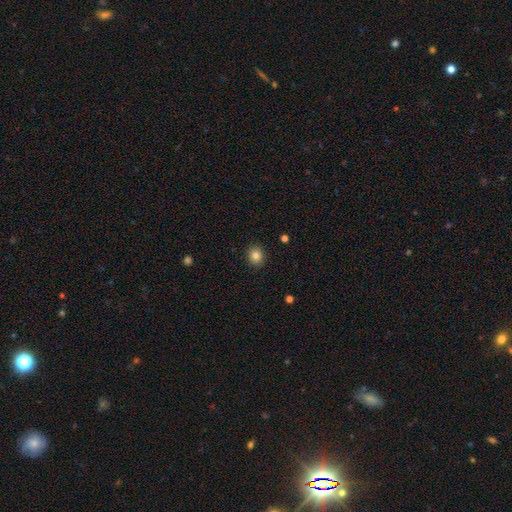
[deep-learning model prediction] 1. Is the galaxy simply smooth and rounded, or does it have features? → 82% smooth, 11% star or artifact, 7% featured or disk.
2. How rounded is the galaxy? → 69% round, 30% in between, 1% cigar-shaped.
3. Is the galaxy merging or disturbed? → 90% none, 7% minor disturbance, 2% major disturbance, 1% merger.